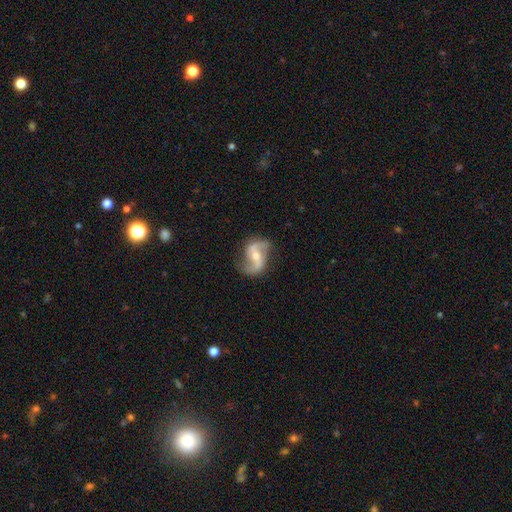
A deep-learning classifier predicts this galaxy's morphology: featured or disk 86%, smooth 8%, star or artifact 5%. Down the decision tree: edge-on disk — no (97%); bar — weak (40%); spiral arms — yes (96%); spiral arm count — 2 (93%); spiral winding — loose (69%); bulge size — moderate (50%); merging — none (79%).